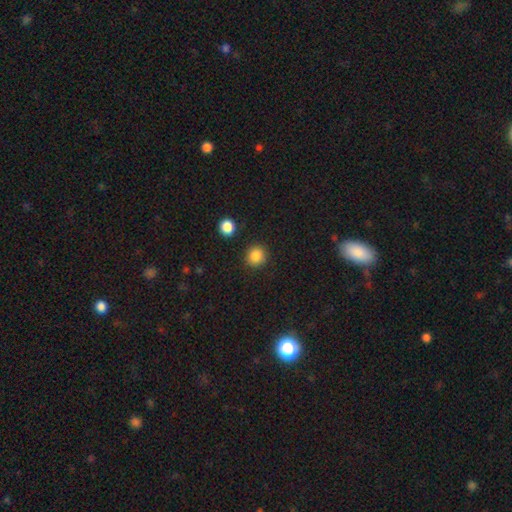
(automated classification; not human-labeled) Smooth or featured? Predicted: smooth (p=0.86). How rounded? Predicted: round (p=0.91). Merging? Predicted: none (p=0.89).